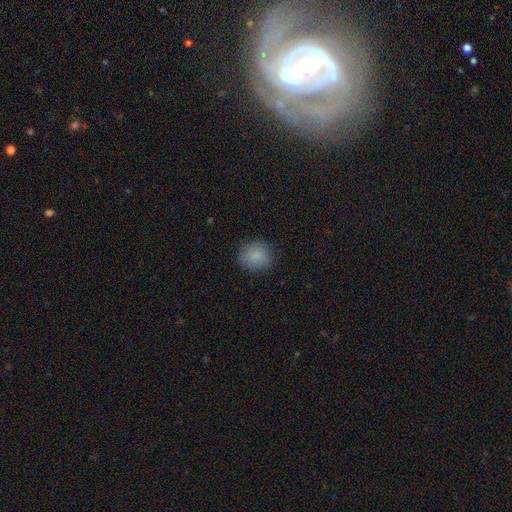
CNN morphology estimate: Smooth or featured?
  - smooth: 85% *
  - star or artifact: 10%
  - featured or disk: 6%
How rounded?
  - round: 85% *
  - in between: 14%
  - cigar-shaped: 1%
Merging?
  - none: 85% *
  - minor disturbance: 11%
  - major disturbance: 3%
  - merger: 1%